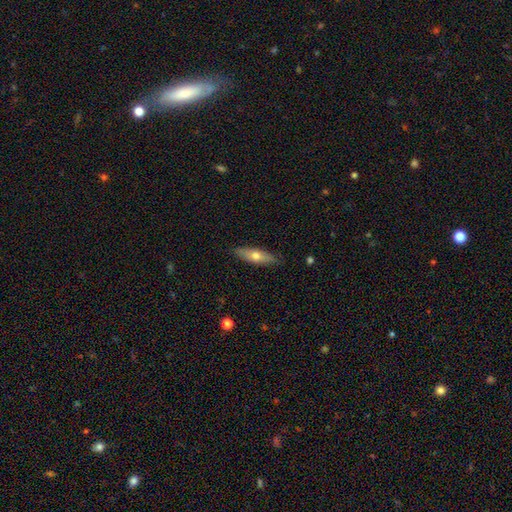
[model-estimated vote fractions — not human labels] A smooth galaxy with no disk features (59%) that is cigar-shaped (56%).

Vote fractions:
- Smooth or featured? smooth: 59% / featured or disk: 35% / star or artifact: 6%
- How rounded? cigar-shaped: 56% / in between: 41% / round: 3%
- Merging? none: 87% / minor disturbance: 10% / major disturbance: 2% / merger: 1%